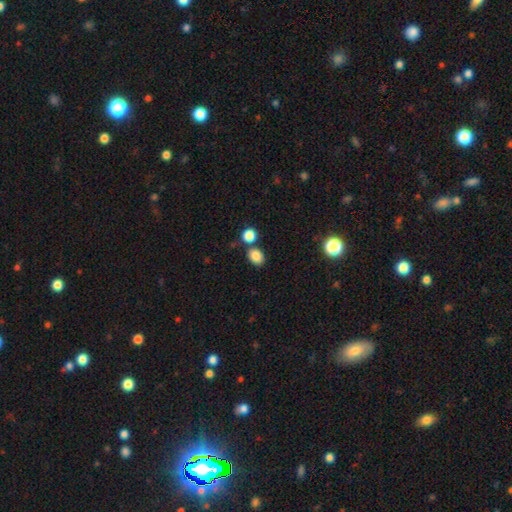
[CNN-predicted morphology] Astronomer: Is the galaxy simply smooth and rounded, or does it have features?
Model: smooth — 84%.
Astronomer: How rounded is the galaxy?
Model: in between — 58% (runner-up: round, 41%).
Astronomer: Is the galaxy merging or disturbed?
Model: none — 69%.